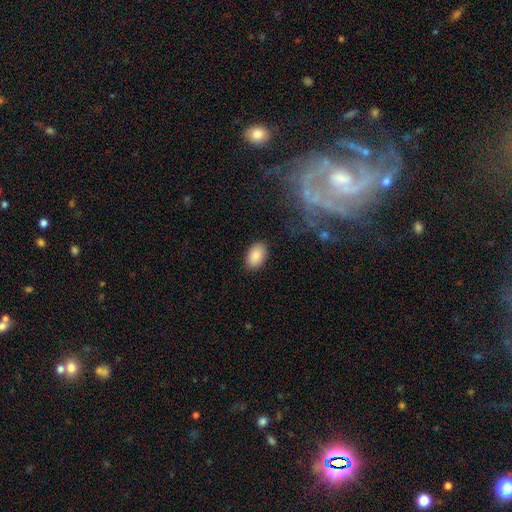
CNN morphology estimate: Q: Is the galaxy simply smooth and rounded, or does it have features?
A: smooth — 87%.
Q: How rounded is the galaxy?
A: in between — 91%.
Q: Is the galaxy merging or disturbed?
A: none — 87%.